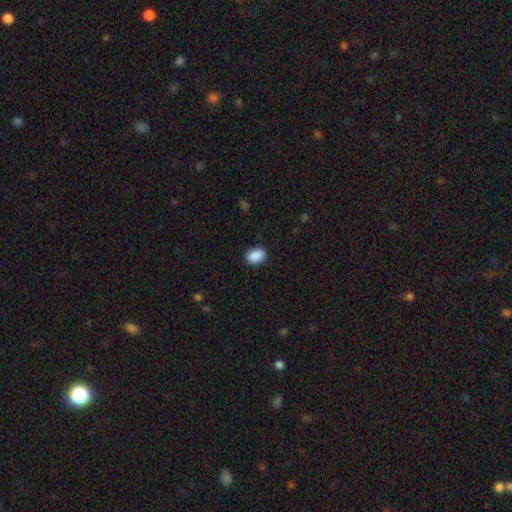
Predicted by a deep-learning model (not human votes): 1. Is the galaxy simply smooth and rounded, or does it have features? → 90% smooth, 7% star or artifact, 3% featured or disk.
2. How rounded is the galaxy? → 81% in between, 17% round, 1% cigar-shaped.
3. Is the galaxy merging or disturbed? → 88% none, 9% minor disturbance, 2% major disturbance, 1% merger.